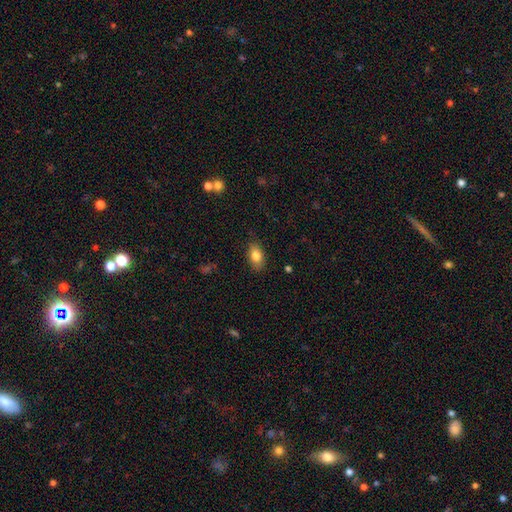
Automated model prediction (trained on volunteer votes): A smooth galaxy with no disk features (82%) that is in between round and cigar-shaped (89%).

Vote fractions:
- Smooth or featured? smooth: 82% / featured or disk: 10% / star or artifact: 8%
- How rounded? in between: 89% / round: 8% / cigar-shaped: 3%
- Merging? none: 86% / minor disturbance: 11% / major disturbance: 2% / merger: 1%